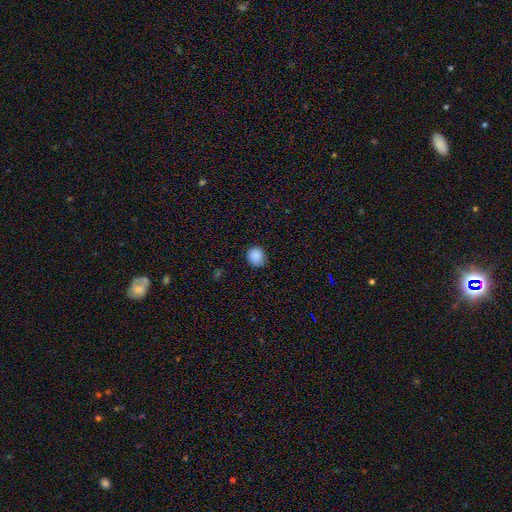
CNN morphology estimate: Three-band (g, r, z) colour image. It shows a smooth galaxy with no disk features (87%) that is round (84%). Merging: none (83%).